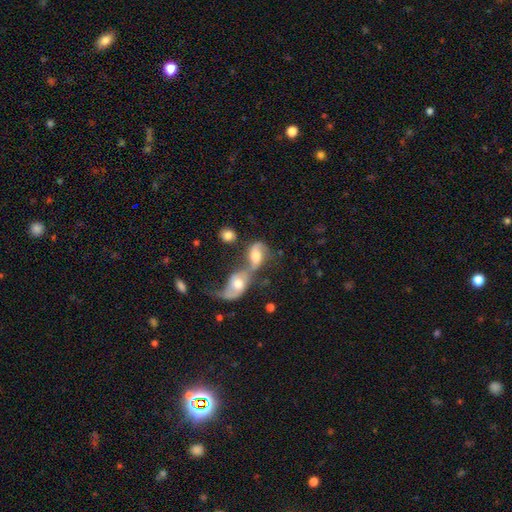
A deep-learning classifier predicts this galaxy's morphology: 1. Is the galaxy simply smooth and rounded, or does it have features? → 60% featured or disk, 31% smooth, 9% star or artifact.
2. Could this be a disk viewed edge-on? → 95% no, 5% yes.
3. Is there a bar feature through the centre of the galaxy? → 54% no, 35% weak, 10% strong.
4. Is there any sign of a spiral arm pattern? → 84% yes, 16% no.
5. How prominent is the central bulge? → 59% moderate, 23% large, 12% small, 3% none, 2% dominant.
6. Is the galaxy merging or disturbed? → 75% merger, 10% none, 9% major disturbance, 6% minor disturbance.